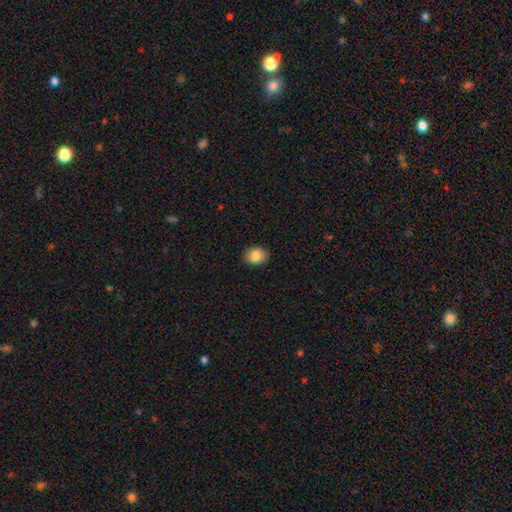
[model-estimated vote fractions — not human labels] Smooth or featured?
  - smooth: 86% *
  - star or artifact: 8%
  - featured or disk: 6%
How rounded?
  - in between: 54% *
  - round: 45%
  - cigar-shaped: 1%
Merging?
  - none: 89% *
  - minor disturbance: 8%
  - major disturbance: 2%
  - merger: 1%